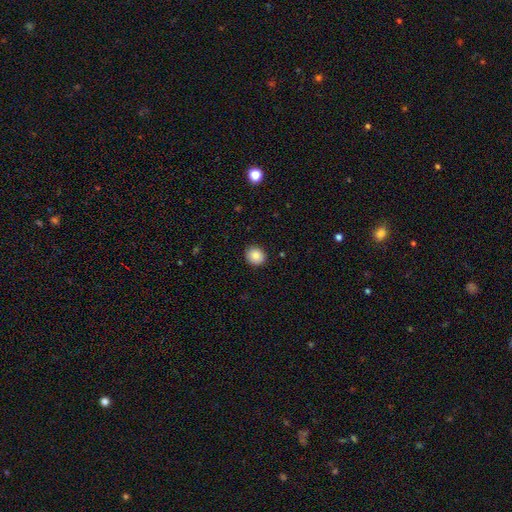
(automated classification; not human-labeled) Overall: smooth (86%). How rounded: round (85%). Merging: none (91%).